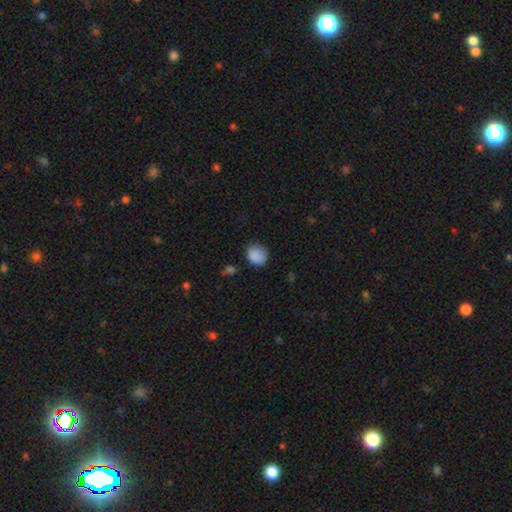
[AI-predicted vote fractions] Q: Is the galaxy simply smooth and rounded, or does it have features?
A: smooth — 87%.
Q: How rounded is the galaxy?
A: round — 77%.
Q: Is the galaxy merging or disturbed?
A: none — 74%.